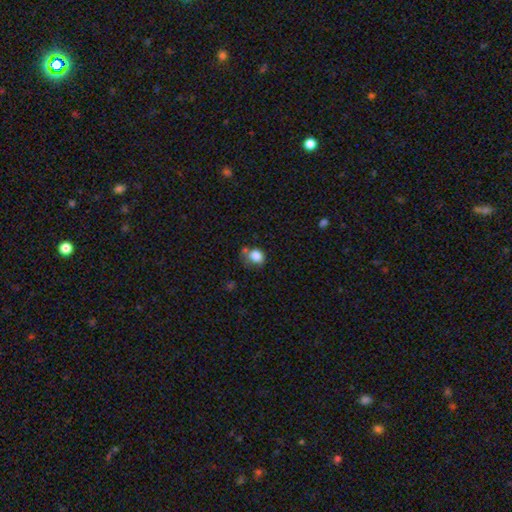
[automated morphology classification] smooth 83%, star or artifact 10%, featured or disk 6%. Down the decision tree: how rounded — round (66%); merging — none (52%).